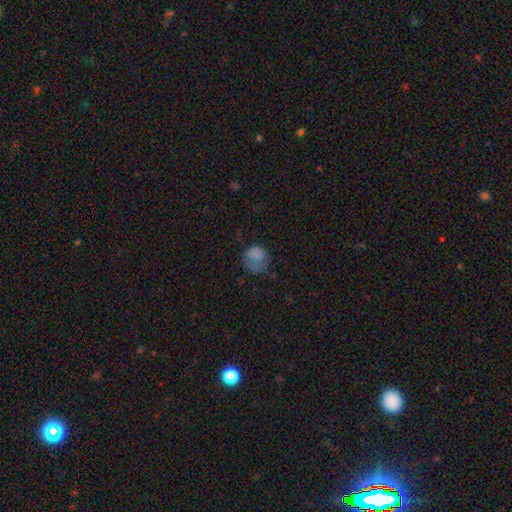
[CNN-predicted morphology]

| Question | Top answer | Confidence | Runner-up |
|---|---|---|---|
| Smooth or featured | smooth | 76% | featured or disk (12%) |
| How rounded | round | 71% | in between (28%) |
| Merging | none | 40% | minor disturbance (30%) |